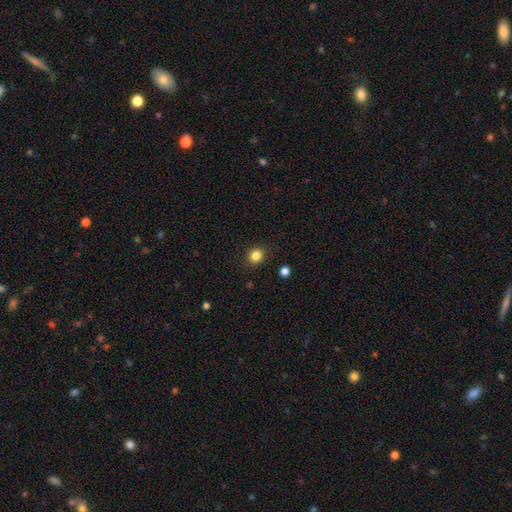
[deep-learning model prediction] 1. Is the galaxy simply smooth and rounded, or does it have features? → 84% smooth, 12% star or artifact, 5% featured or disk.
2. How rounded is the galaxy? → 78% round, 21% in between, 1% cigar-shaped.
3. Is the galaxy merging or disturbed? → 89% none, 7% minor disturbance, 2% major disturbance, 1% merger.